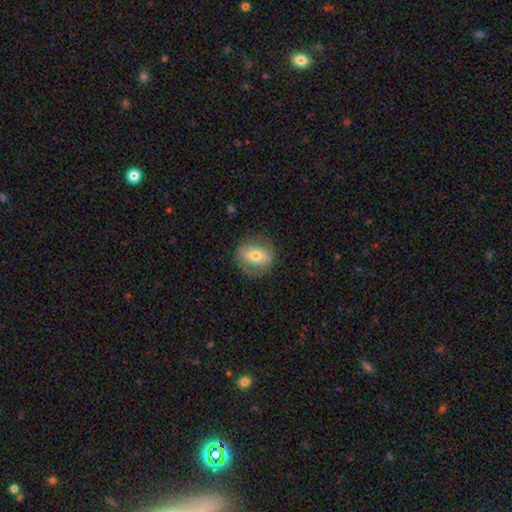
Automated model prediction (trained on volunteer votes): A smooth galaxy with no disk features (59%) that is round (56%).

Vote fractions:
- Smooth or featured? smooth: 59% / featured or disk: 34% / star or artifact: 7%
- How rounded? round: 56% / in between: 42% / cigar-shaped: 2%
- Merging? none: 77% / minor disturbance: 16% / major disturbance: 7% / merger: 1%